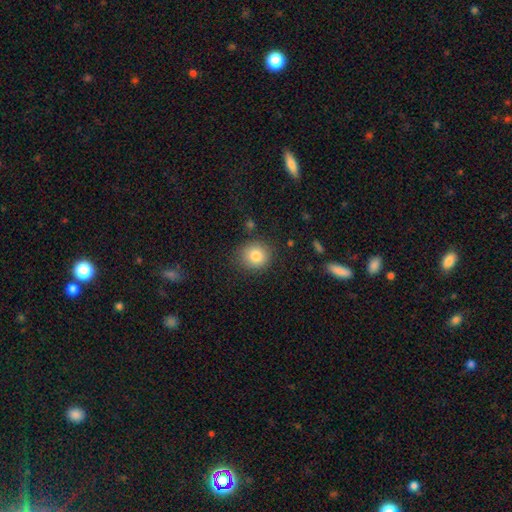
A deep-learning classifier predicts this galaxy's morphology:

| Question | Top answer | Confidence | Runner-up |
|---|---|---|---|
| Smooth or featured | smooth | 82% | star or artifact (10%) |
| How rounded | round | 84% | in between (15%) |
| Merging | none | 84% | minor disturbance (11%) |